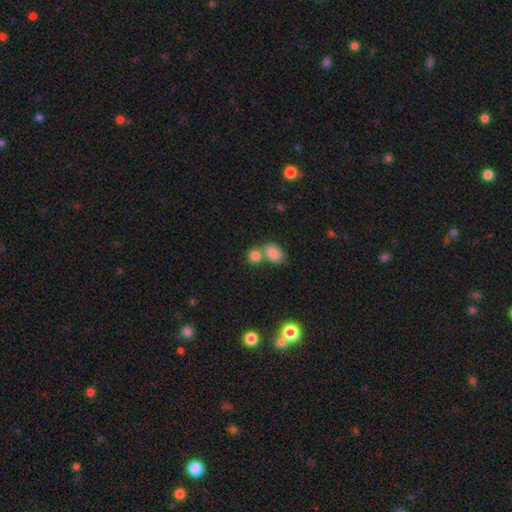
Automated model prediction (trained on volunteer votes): smooth-or-featured: smooth: 83% | star or artifact: 10% | featured or disk: 7%
  how-rounded: round: 57% | in between: 41% | cigar-shaped: 1%
  merging: merger: 44% (tied) | none: 44% (tied) | minor disturbance: 9% | major disturbance: 3%